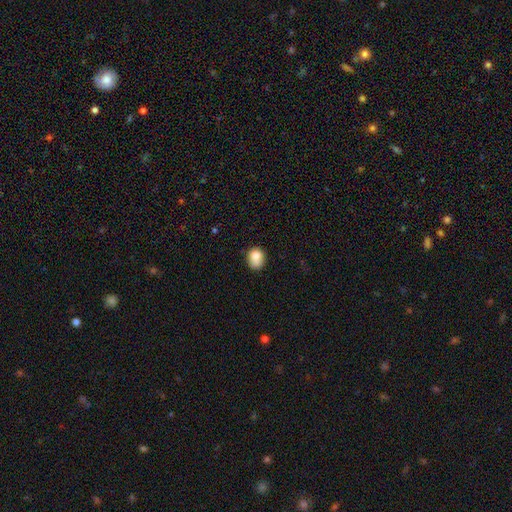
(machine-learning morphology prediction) This is likely a smooth galaxy (78%). How rounded: possibly round (60%). Merging: possibly none (52%).